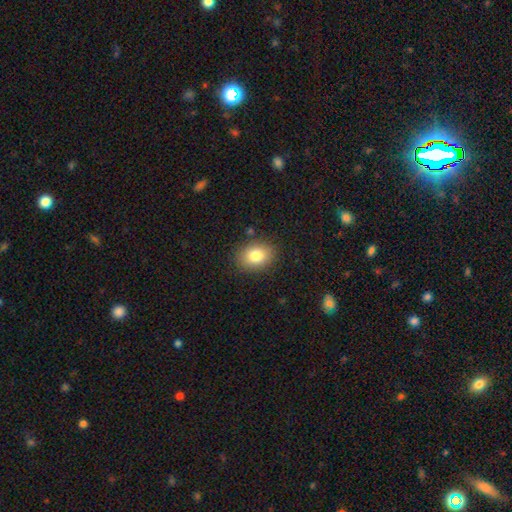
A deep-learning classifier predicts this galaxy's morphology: smooth 82%, star or artifact 9%, featured or disk 9%. Down the decision tree: how rounded — in between (66%); merging — none (86%).